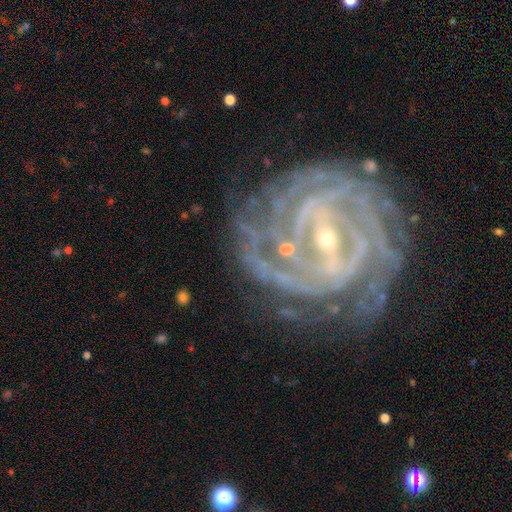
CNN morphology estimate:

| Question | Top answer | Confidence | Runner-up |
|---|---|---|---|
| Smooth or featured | featured or disk | 91% | star or artifact (6%) |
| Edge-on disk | no | 96% | yes (4%) |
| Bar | strong | 57% | weak (31%) |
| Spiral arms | yes | 97% | no (3%) |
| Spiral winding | tight | 73% | medium (23%) |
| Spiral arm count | can't tell | 24% | 4 (21%) |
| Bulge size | small | 77% | moderate (19%) |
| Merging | none | 70% | minor disturbance (18%) |